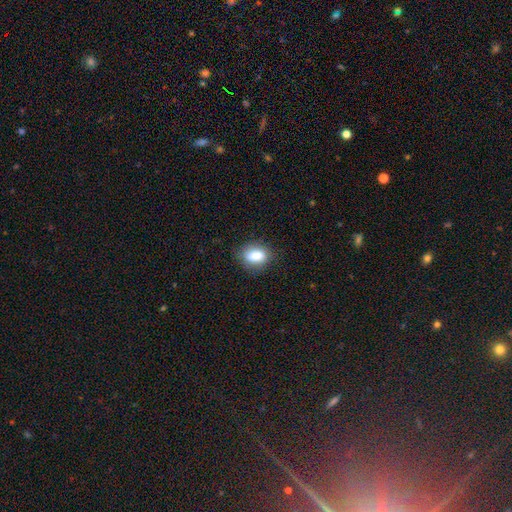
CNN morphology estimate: This appears to be a smooth galaxy with no disk features (81%) that is in between round and cigar-shaped (75%). Merging: none (78%).